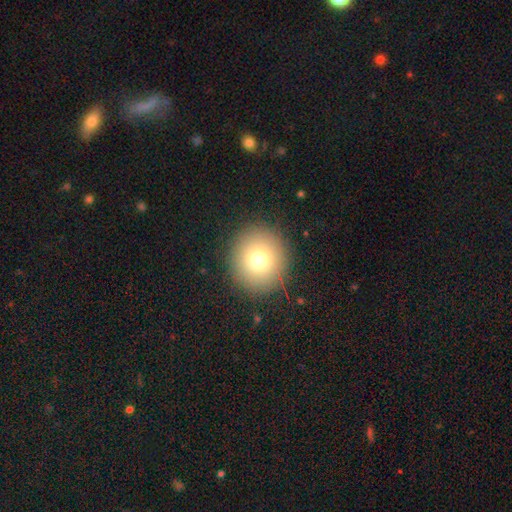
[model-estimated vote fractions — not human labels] Smooth or featured?
  - smooth: 76% *
  - star or artifact: 13%
  - featured or disk: 11%
How rounded?
  - round: 91% *
  - in between: 8%
  - cigar-shaped: 1%
Merging?
  - none: 91% *
  - minor disturbance: 6%
  - major disturbance: 2%
  - merger: 1%